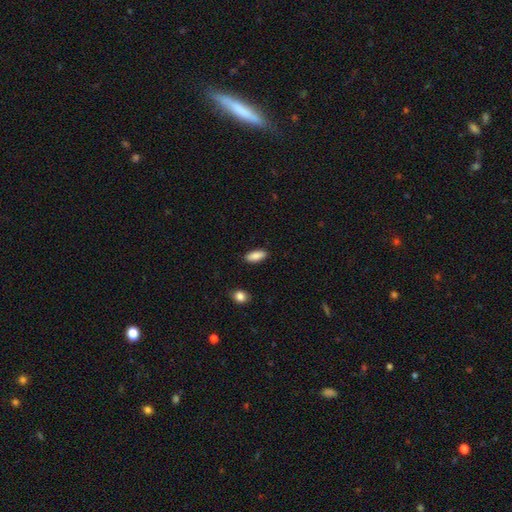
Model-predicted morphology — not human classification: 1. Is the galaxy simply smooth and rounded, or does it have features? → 88% smooth, 7% star or artifact, 5% featured or disk.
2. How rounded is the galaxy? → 84% in between, 14% cigar-shaped, 2% round.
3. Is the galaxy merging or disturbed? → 88% none, 9% minor disturbance, 2% major disturbance, 1% merger.